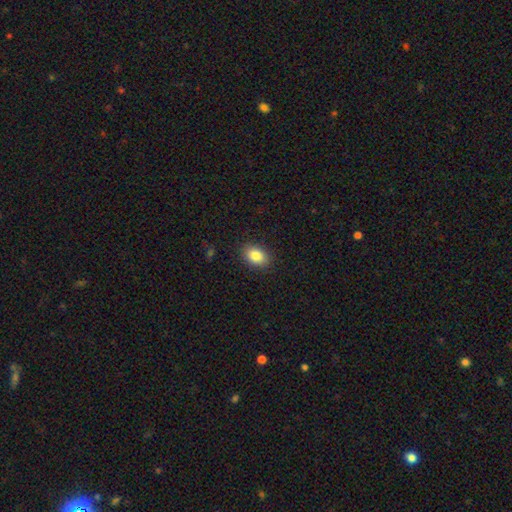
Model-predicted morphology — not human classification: Smooth or featured? Predicted: smooth (p=0.85). How rounded? Predicted: in between (p=0.80). Merging? Predicted: none (p=0.89).